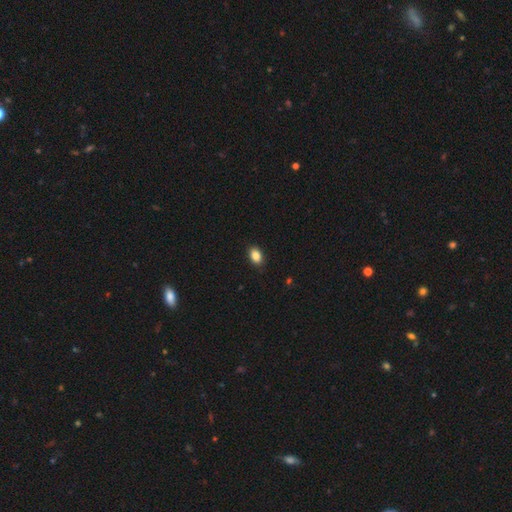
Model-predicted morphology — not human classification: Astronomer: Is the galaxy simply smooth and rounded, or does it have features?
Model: smooth — 86%.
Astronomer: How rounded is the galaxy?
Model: in between — 86%.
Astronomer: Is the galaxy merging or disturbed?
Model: none — 89%.